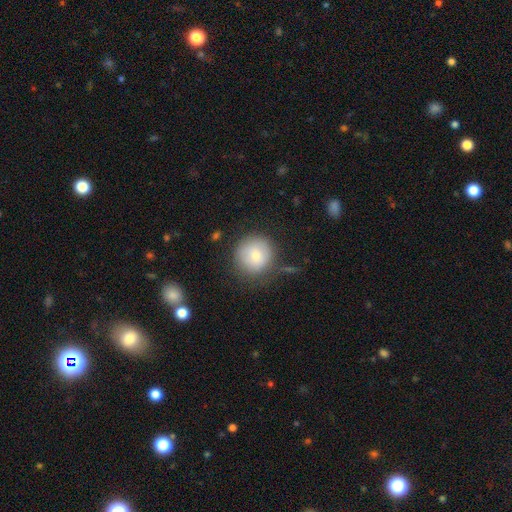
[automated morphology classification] smooth-or-featured: smooth: 77% | featured or disk: 14% | star or artifact: 9%
  how-rounded: round: 95% | in between: 4% | cigar-shaped: 1%
  merging: none: 75% | minor disturbance: 15% | major disturbance: 6% | merger: 3%